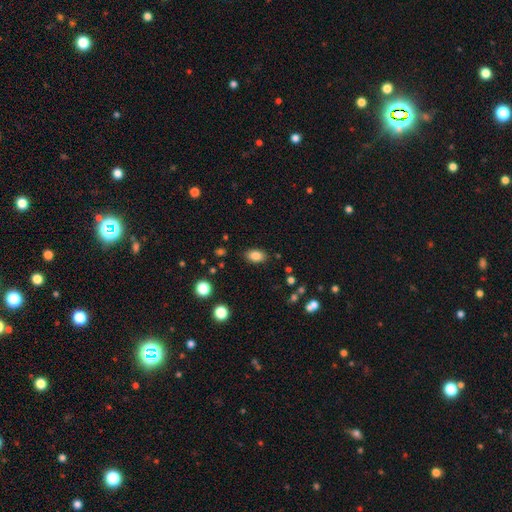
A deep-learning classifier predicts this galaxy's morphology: smooth_or_featured: smooth (p=0.84) [alt: star or artifact p=0.10]
how_rounded: in between (p=0.86) [alt: round p=0.12]
merging: none (p=0.86) [alt: minor disturbance p=0.10]